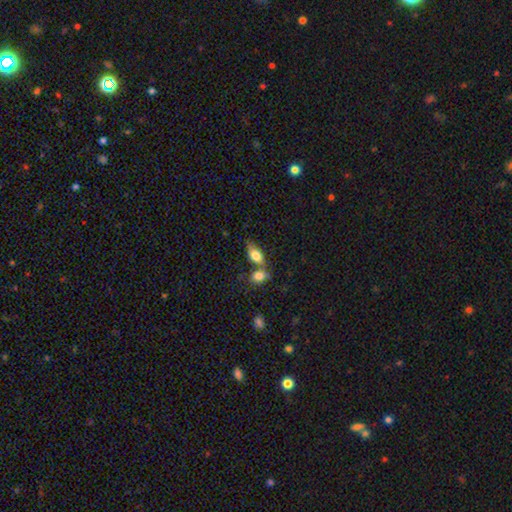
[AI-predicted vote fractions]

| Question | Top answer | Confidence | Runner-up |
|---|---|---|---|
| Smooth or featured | smooth | 81% | featured or disk (11%) |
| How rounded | in between | 87% | round (9%) |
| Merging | none | 45% | merger (37%) |